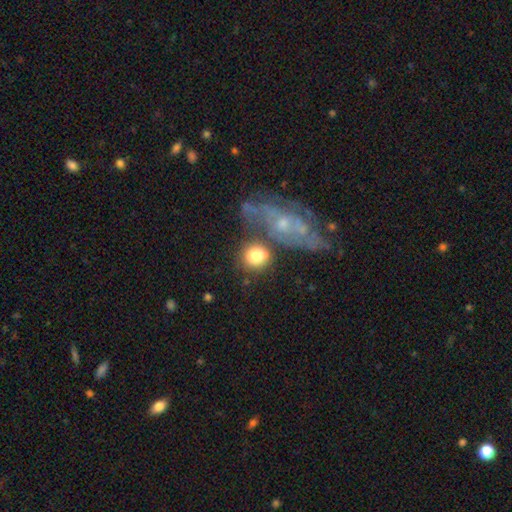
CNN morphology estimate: The model was most divided on "merging": none: 44%, merger: 28%, minor disturbance: 16%, major disturbance: 11%. More confident: how rounded — round (75%); smooth or featured — smooth (73%).